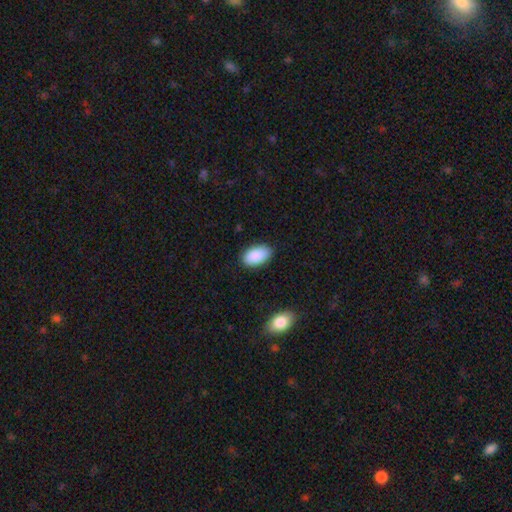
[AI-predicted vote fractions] smooth_or_featured: smooth (p=0.89) [alt: star or artifact p=0.06]
how_rounded: in between (p=0.95) [alt: round p=0.03]
merging: none (p=0.85) [alt: minor disturbance p=0.11]